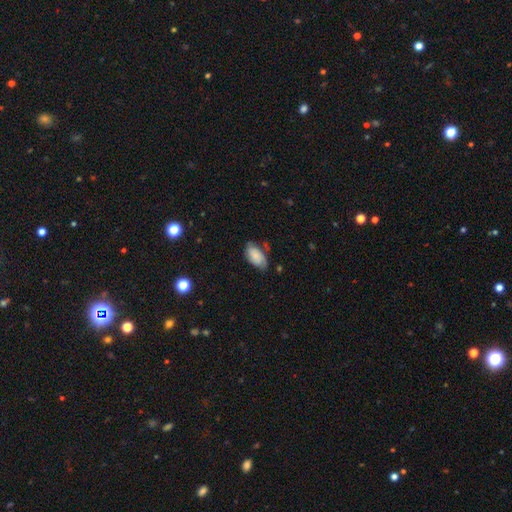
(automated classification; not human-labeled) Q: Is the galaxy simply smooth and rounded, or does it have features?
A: smooth — 69%.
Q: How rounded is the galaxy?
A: in between — 93%.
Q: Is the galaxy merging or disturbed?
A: none — 58%.